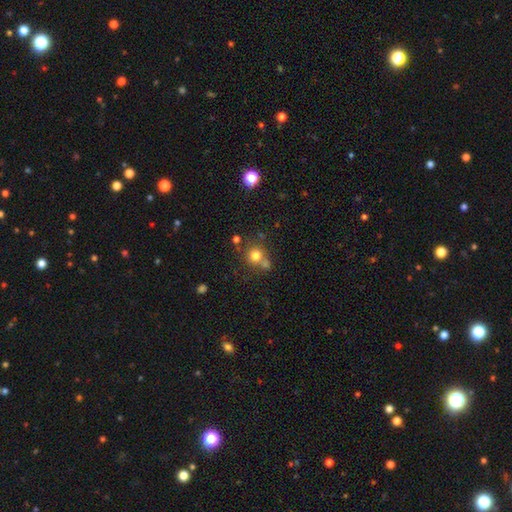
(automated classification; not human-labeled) Smooth or featured?
  - smooth: 76% *
  - star or artifact: 14%
  - featured or disk: 10%
How rounded?
  - round: 89% *
  - in between: 10%
  - cigar-shaped: 1%
Merging?
  - none: 58% *
  - merger: 28%
  - minor disturbance: 10%
  - major disturbance: 4%